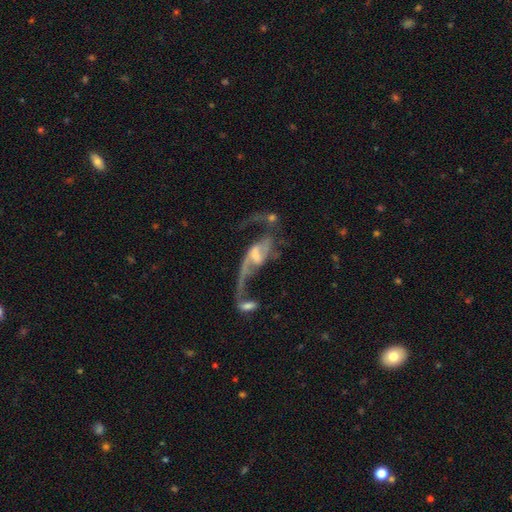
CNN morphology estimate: Q: Smooth or featured?
A: featured or disk (83%); runner-up: smooth (9%)
Q: Edge-on disk?
A: no (93%); runner-up: yes (7%)
Q: Bar?
A: weak (45%); runner-up: no (30%)
Q: Spiral arms?
A: yes (87%); runner-up: no (13%)
Q: Spiral winding?
A: loose (80%); runner-up: medium (16%)
Q: Spiral arm count?
A: 2 (80%); runner-up: 1 (10%)
Q: Bulge size?
A: small (35%); runner-up: moderate (33%)
Q: Merging?
A: merger (37%); runner-up: major disturbance (28%)